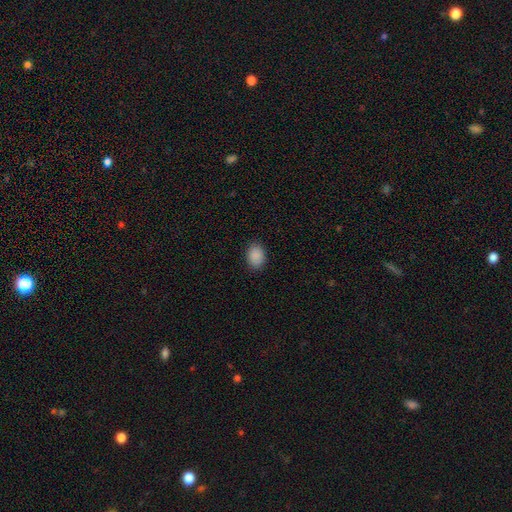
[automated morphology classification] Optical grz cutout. It shows a smooth galaxy with no disk features (90%) that is in between round and cigar-shaped (70%). Merging: none (87%).